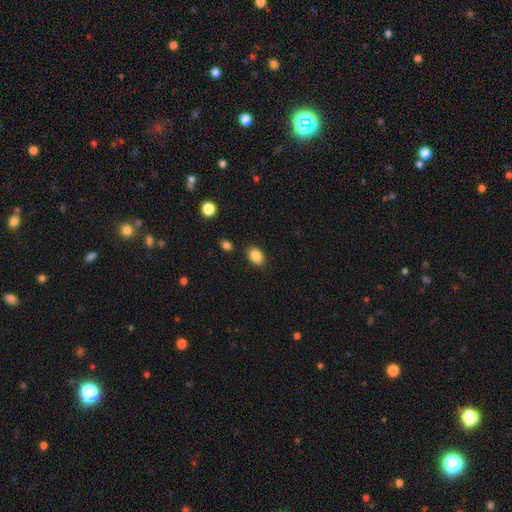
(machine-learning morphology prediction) This appears to be a smooth galaxy with no disk features (86%) that is in between round and cigar-shaped (78%). Merging: none (85%).